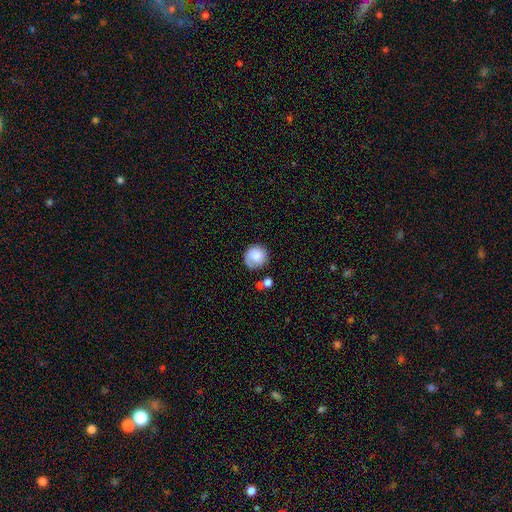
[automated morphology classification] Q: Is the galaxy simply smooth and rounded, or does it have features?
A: smooth — 74%.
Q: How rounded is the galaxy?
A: round — 91%.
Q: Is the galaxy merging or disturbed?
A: none — 65%.